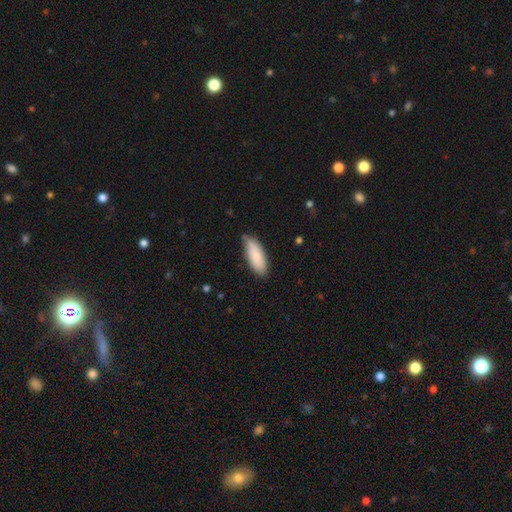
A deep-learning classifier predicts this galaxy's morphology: smooth 85%, featured or disk 9%, star or artifact 6%. Down the decision tree: how rounded — in between (69%); merging — none (72%).